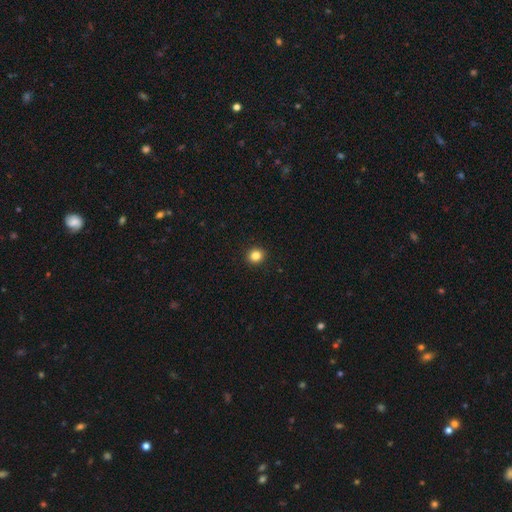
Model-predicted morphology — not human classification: The model was most divided on "smooth or featured": smooth: 84%, star or artifact: 11%, featured or disk: 4%. More confident: merging — none (93%); how rounded — round (89%).